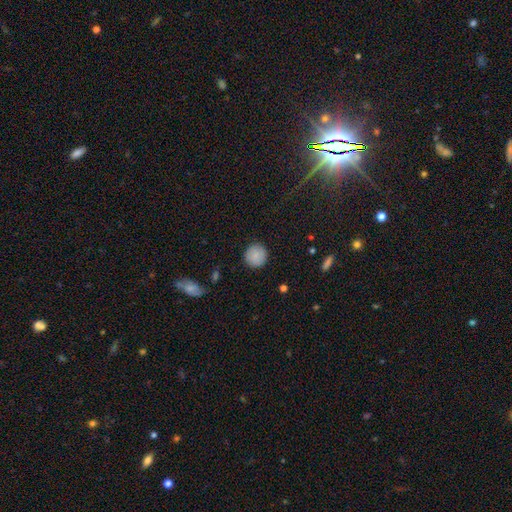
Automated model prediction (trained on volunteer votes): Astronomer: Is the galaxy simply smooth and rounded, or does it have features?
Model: smooth — 86%.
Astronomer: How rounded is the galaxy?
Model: round — 94%.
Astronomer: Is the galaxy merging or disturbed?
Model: none — 90%.